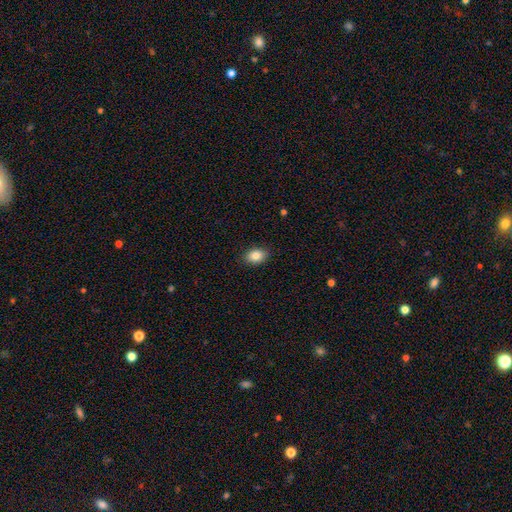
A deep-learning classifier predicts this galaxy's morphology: Overall: smooth (85%). How rounded: in between (79%). Merging: none (88%).